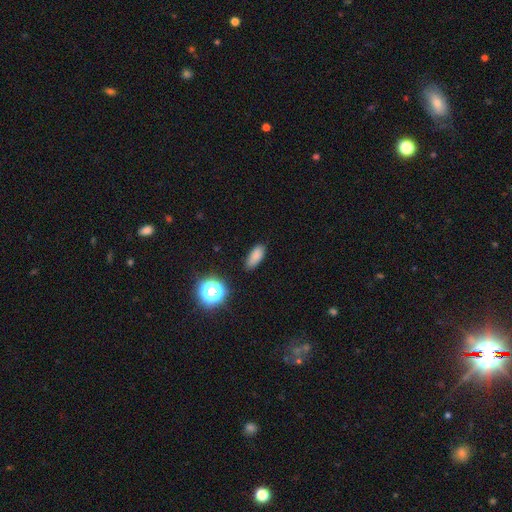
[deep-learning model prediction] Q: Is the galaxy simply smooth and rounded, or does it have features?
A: smooth — 81%.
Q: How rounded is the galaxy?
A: in between — 79%.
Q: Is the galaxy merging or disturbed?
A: none — 79%.